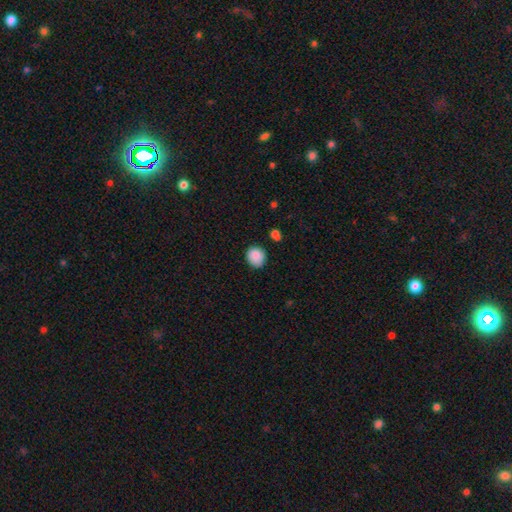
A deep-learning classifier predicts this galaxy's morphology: A smooth galaxy with no disk features (87%) that is round (82%). Merging: none (81%).